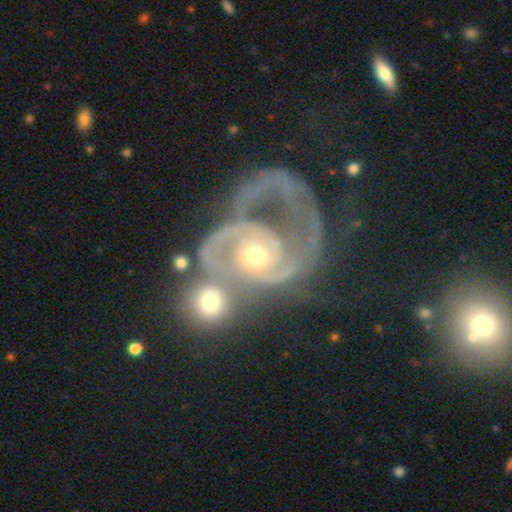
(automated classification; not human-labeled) Overall: featured or disk (86%). Edge-on disk: no (97%). Bar: no (71%). Spiral arms: yes (90%). Spiral arm count: 2 (59%). Spiral winding: medium (40%; tight 33%). Bulge size: moderate (52%; small 41%). Merging: merger (46%; major disturbance 31%).